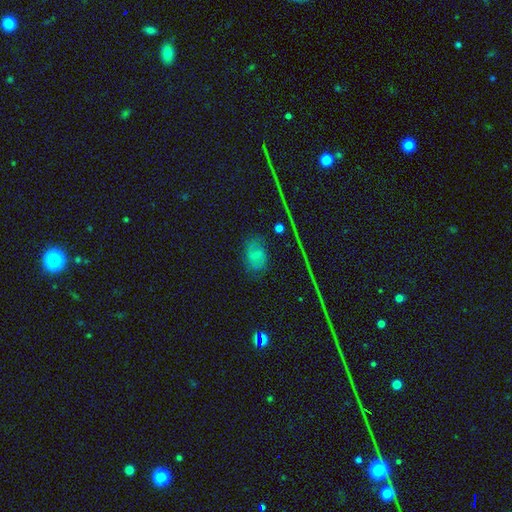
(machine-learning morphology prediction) Smooth or featured: smooth — 57% (featured or disk — 24%)
How rounded: in between — 80% (round — 18%)
Merging: none — 72% (minor disturbance — 20%)